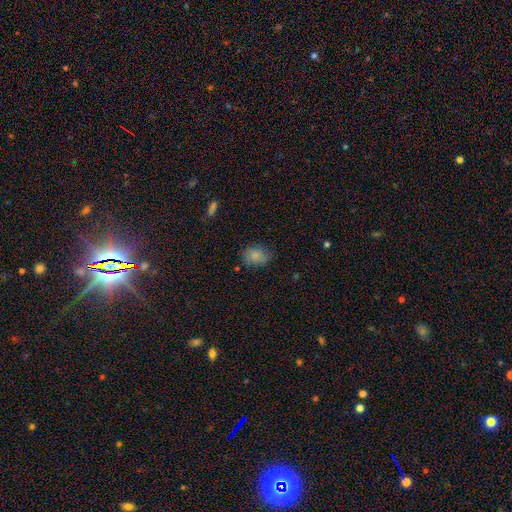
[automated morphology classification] Smooth or featured? smooth (80%)
How rounded? in between (62%)
Merging? none (69%)